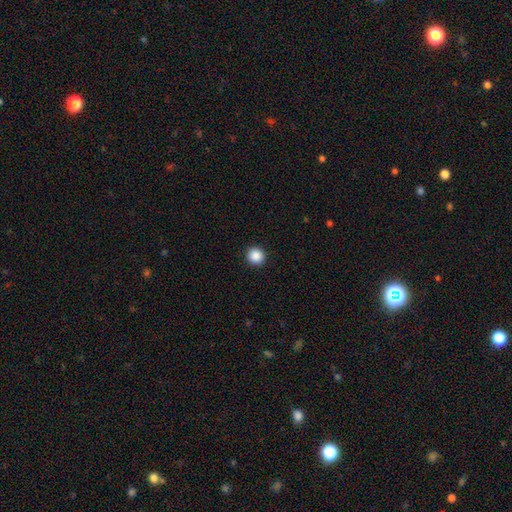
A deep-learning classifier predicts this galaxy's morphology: Q: Smooth or featured?
A: smooth (88%); runner-up: star or artifact (10%)
Q: How rounded?
A: round (95%); runner-up: in between (4%)
Q: Merging?
A: none (93%); runner-up: minor disturbance (4%)